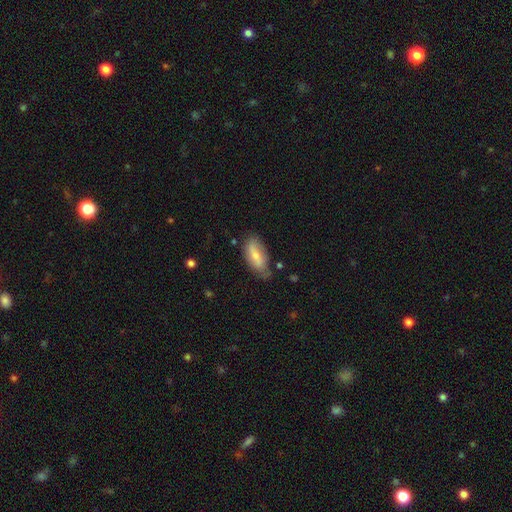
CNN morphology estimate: smooth_or_featured: smooth (p=0.65) [alt: featured or disk p=0.29]
how_rounded: in between (p=0.87) [alt: cigar-shaped p=0.10]
merging: none (p=0.61) [alt: minor disturbance p=0.29]